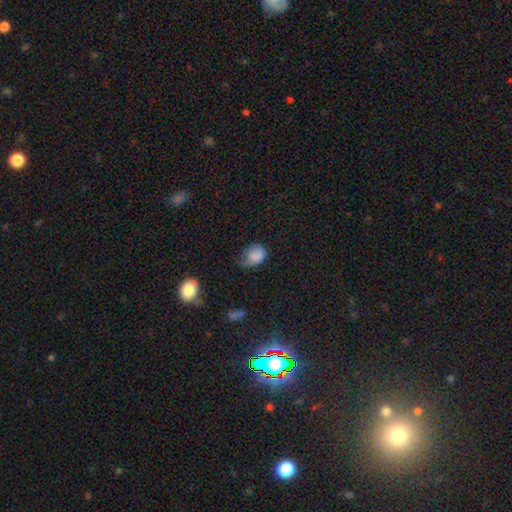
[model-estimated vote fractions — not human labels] This appears to be a smooth galaxy with no disk features (81%) that is in between round and cigar-shaped (63%). Merging: minor disturbance (44%).